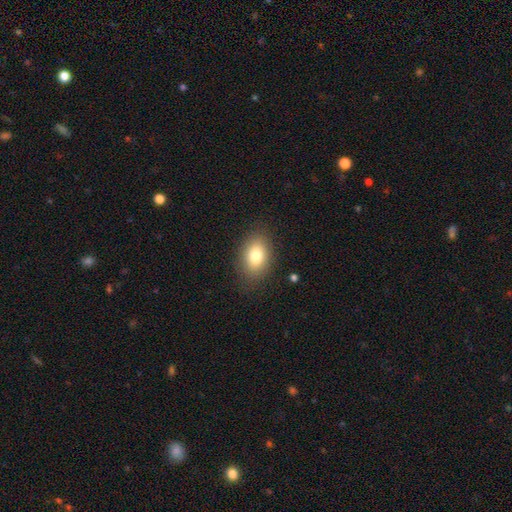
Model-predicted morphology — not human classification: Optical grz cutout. It shows a smooth galaxy with no disk features (80%) that is in between round and cigar-shaped (83%). Merging: none (84%).